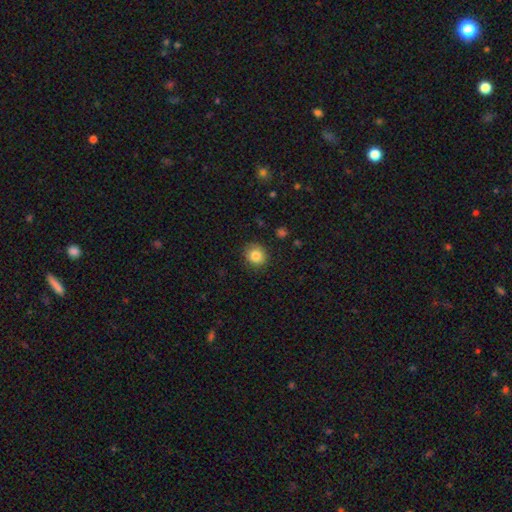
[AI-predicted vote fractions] Smooth or featured? Predicted: smooth (p=0.84). How rounded? Predicted: round (p=0.79). Merging? Predicted: none (p=0.87).